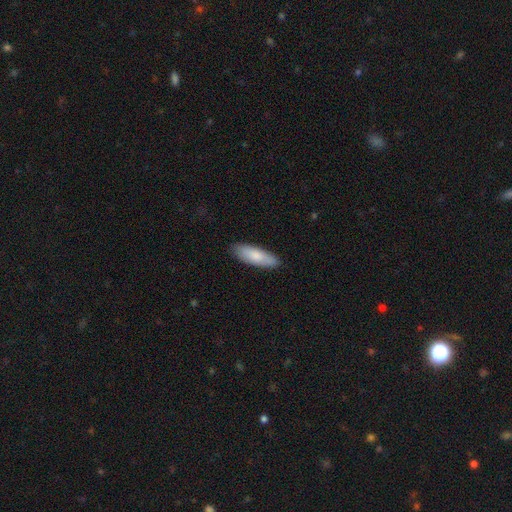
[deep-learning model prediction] The model was most divided on "how rounded": in between: 53%, cigar-shaped: 45%, round: 2%. More confident: merging — none (87%); smooth or featured — smooth (82%).